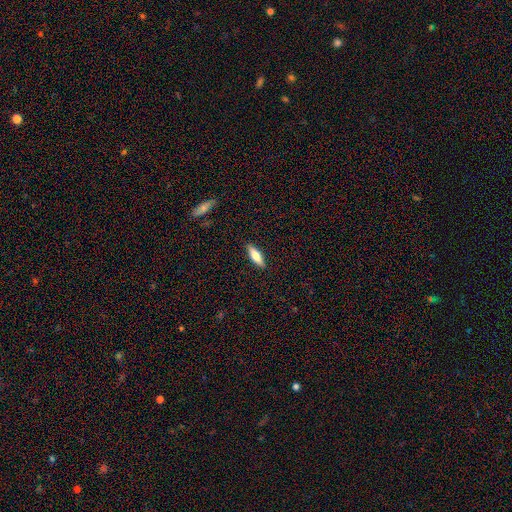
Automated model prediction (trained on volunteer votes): smooth_or_featured: smooth (p=0.60) [alt: featured or disk p=0.34]
how_rounded: cigar-shaped (p=0.52) [alt: in between p=0.46]
merging: none (p=0.90) [alt: minor disturbance p=0.08]